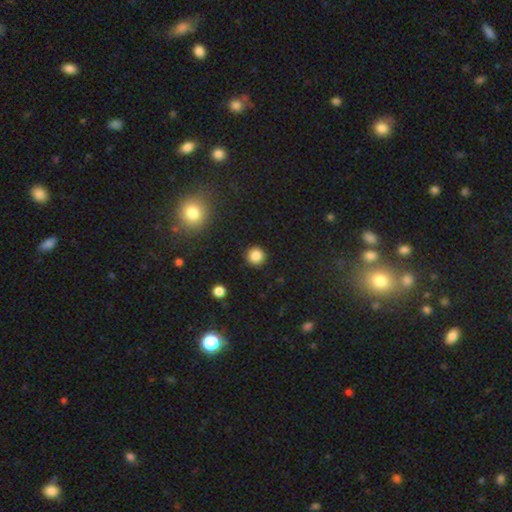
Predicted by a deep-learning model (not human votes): Q: Smooth or featured?
A: smooth (84%); runner-up: star or artifact (12%)
Q: How rounded?
A: round (94%); runner-up: in between (5%)
Q: Merging?
A: none (91%); runner-up: minor disturbance (6%)